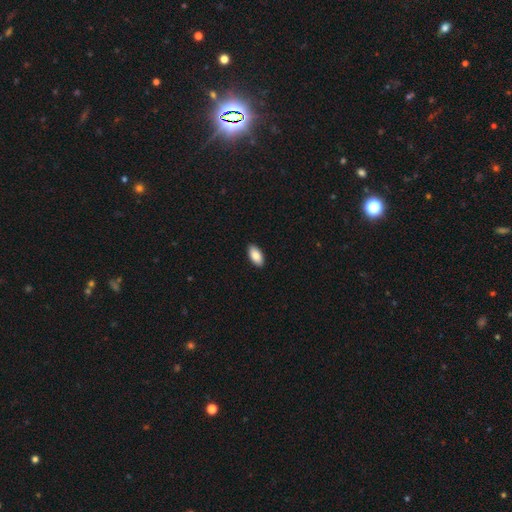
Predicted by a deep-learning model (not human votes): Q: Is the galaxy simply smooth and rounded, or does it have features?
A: smooth — 85%.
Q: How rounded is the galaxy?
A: in between — 93%.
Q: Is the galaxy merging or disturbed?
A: none — 90%.